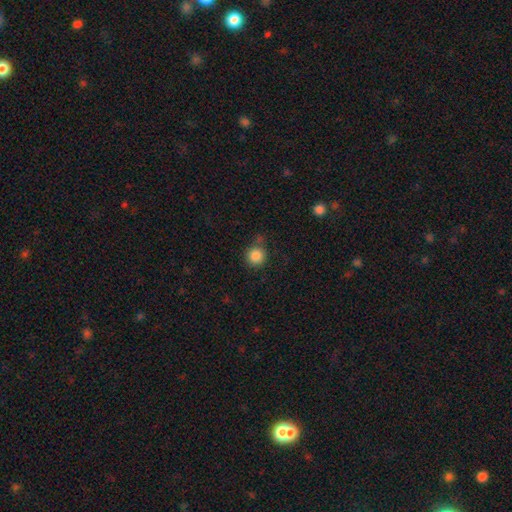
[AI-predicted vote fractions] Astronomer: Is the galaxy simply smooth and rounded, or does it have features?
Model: smooth — 86%.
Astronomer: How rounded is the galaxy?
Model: round — 93%.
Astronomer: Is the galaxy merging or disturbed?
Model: none — 75%.